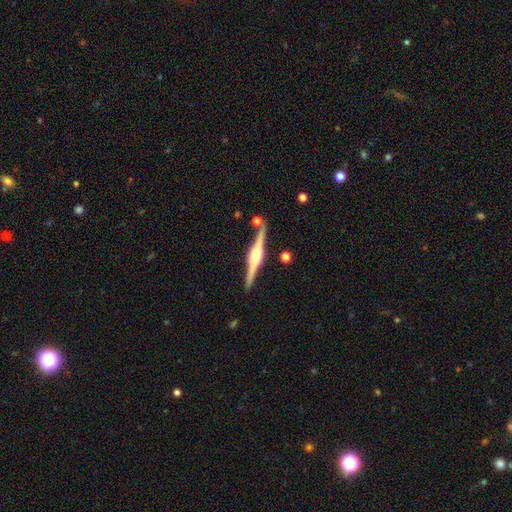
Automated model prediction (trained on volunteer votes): Morphology: type=featured or disk (86%); edge-on=yes (98%); edge-on bulge=rounded (85%); merging=none (88%).